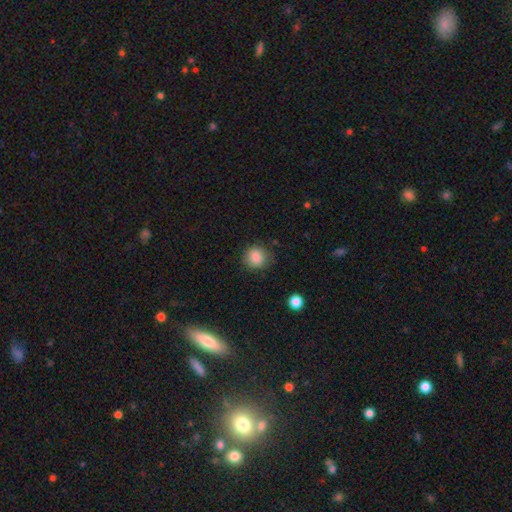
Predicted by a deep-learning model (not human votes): A smooth galaxy with no disk features (86%) that is round (85%).

Vote fractions:
- Smooth or featured? smooth: 86% / star or artifact: 10% / featured or disk: 5%
- How rounded? round: 85% / in between: 14% / cigar-shaped: 1%
- Merging? none: 82% / minor disturbance: 13% / major disturbance: 4% / merger: 1%